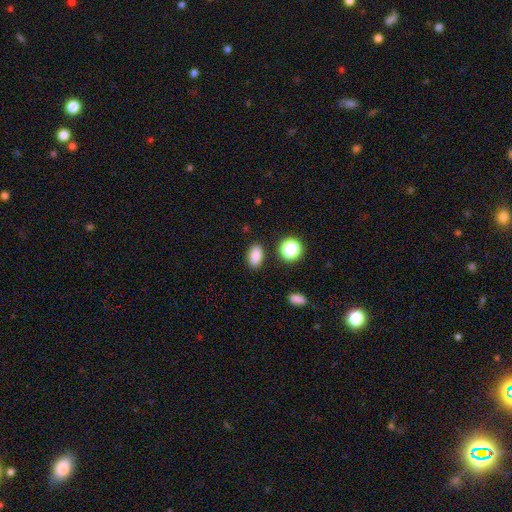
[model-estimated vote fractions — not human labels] Smooth or featured: smooth — 84% (star or artifact — 11%)
How rounded: in between — 85% (round — 12%)
Merging: none — 86% (minor disturbance — 9%)